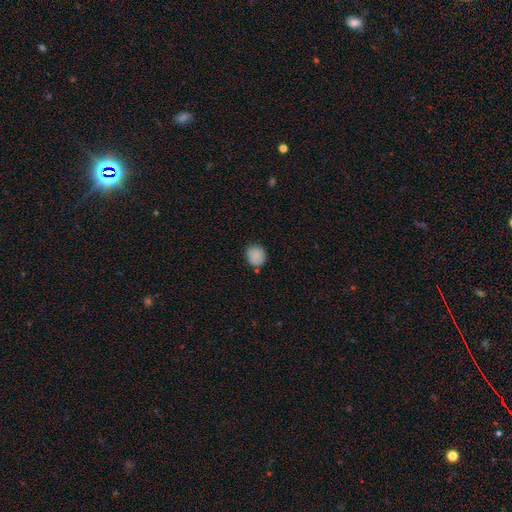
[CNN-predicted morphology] Q: Smooth or featured?
A: smooth (84%); runner-up: star or artifact (9%)
Q: How rounded?
A: round (80%); runner-up: in between (19%)
Q: Merging?
A: none (79%); runner-up: minor disturbance (15%)